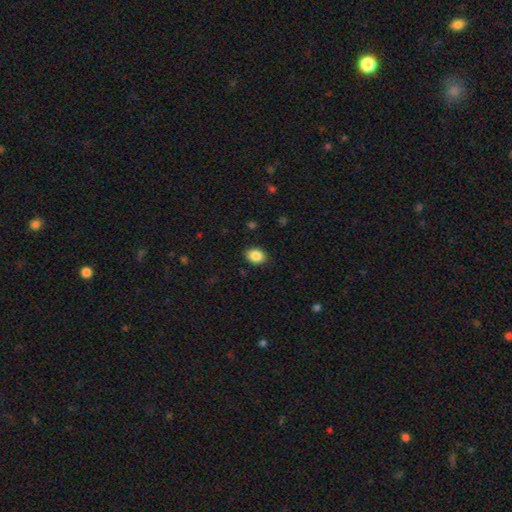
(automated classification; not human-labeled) Smooth or featured? smooth (87%)
How rounded? in between (61%)
Merging? none (89%)